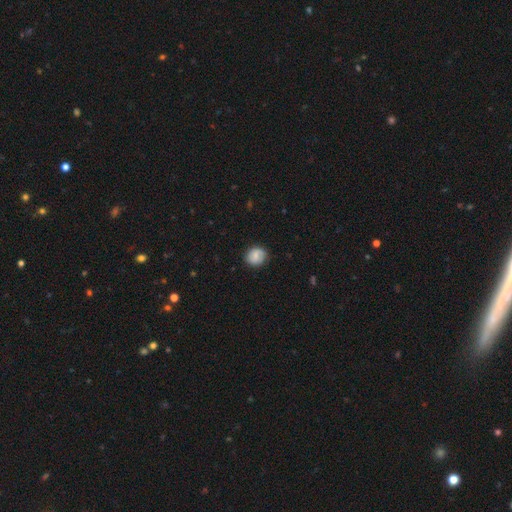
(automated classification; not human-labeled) The model was most divided on "smooth or featured": smooth: 66%, featured or disk: 26%, star or artifact: 8%. More confident: merging — none (80%); how rounded — round (79%).